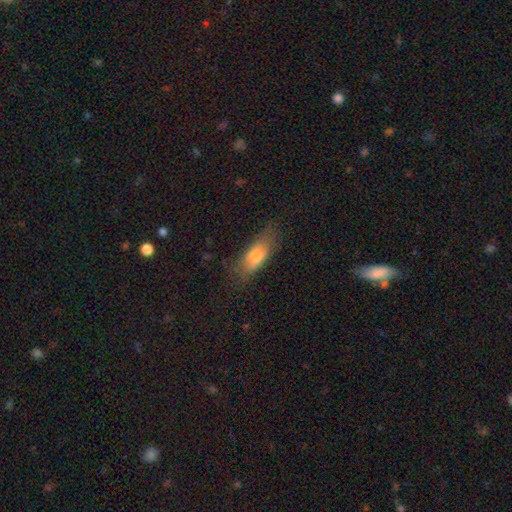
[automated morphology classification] Q: Smooth or featured?
A: smooth (71%); runner-up: featured or disk (21%)
Q: How rounded?
A: in between (71%); runner-up: cigar-shaped (26%)
Q: Merging?
A: none (66%); runner-up: minor disturbance (23%)